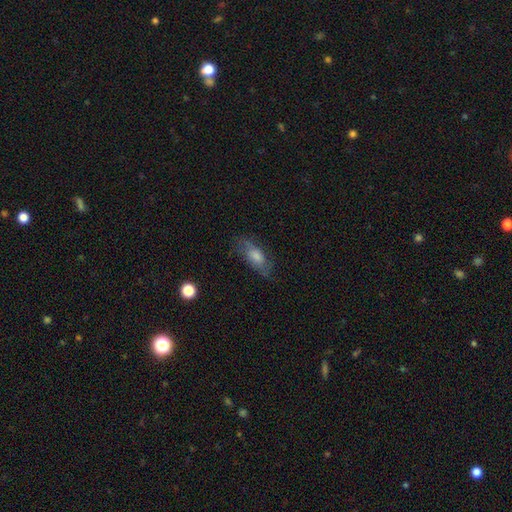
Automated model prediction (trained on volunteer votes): smooth 47%, featured or disk 41%, star or artifact 12%. Down the decision tree: merging — none (72%).